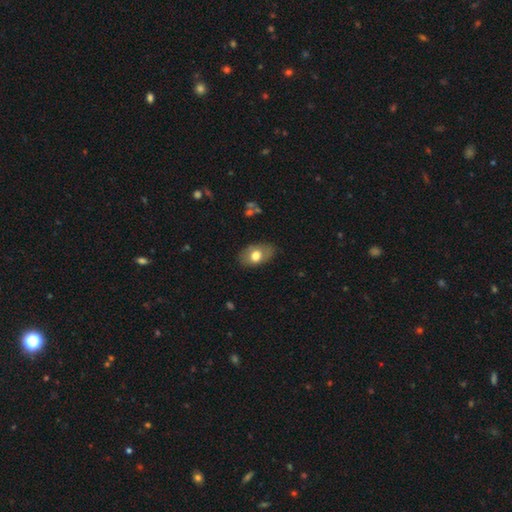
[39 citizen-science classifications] Smooth or featured? smooth (56%)
How rounded? in between (82%)
Merging? none (74%)